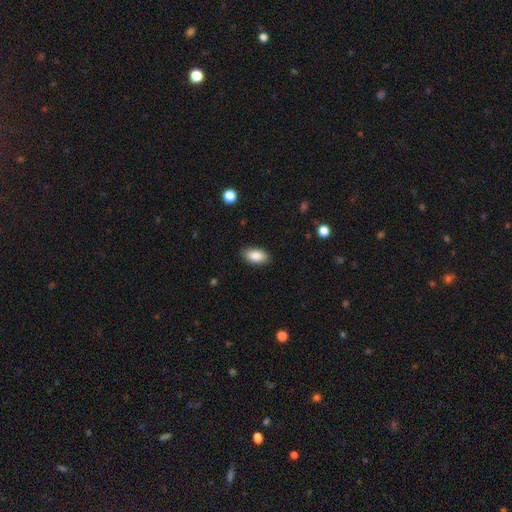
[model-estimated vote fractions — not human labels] Morphology: type=smooth (88%); roundness=in between (93%); merging=none (87%).